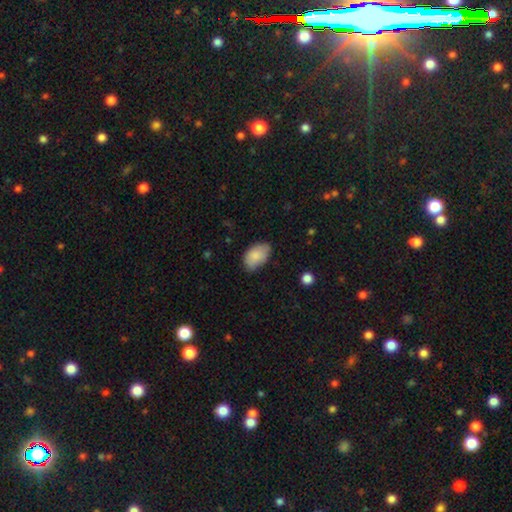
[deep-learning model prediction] Smooth or featured: smooth — 84% (featured or disk — 9%)
How rounded: in between — 91% (round — 8%)
Merging: none — 68% (minor disturbance — 26%)